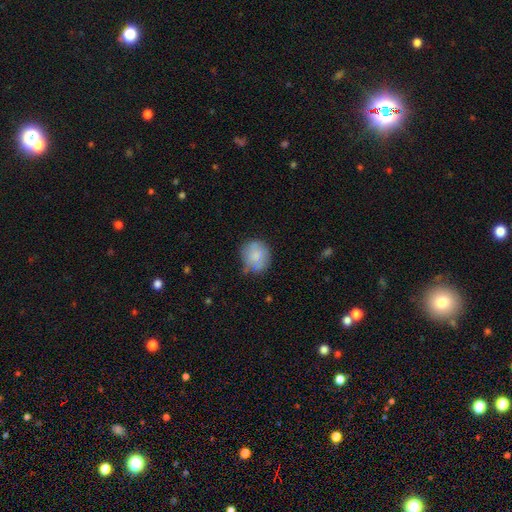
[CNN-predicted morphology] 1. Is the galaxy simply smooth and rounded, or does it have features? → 71% smooth, 21% featured or disk, 8% star or artifact.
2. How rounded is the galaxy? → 76% round, 23% in between, 1% cigar-shaped.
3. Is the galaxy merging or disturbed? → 59% none, 28% minor disturbance, 8% major disturbance, 4% merger.